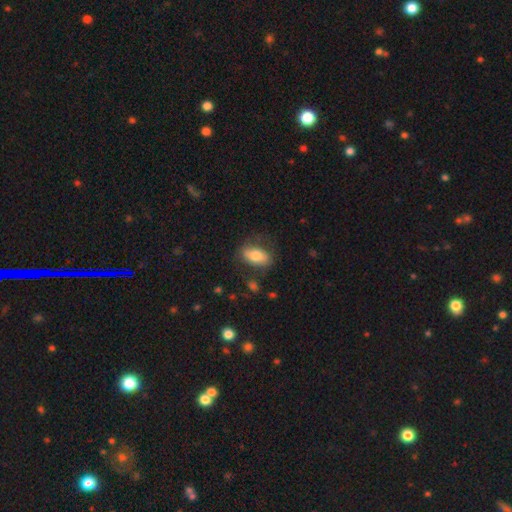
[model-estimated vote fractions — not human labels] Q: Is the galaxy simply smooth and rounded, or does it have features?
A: smooth — 71%.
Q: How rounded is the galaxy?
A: in between — 88%.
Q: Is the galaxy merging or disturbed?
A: none — 71%.